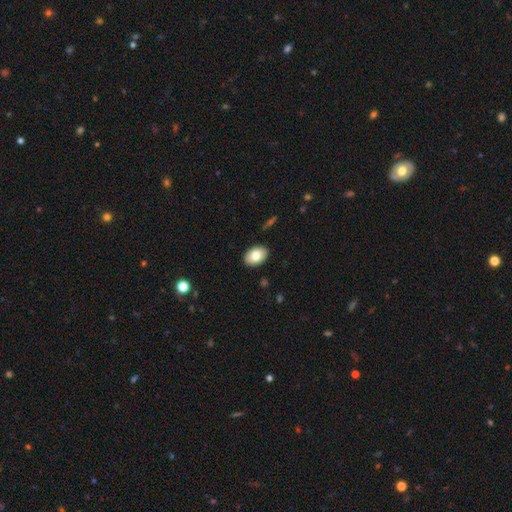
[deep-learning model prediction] Smooth or featured? smooth (81%)
How rounded? in between (86%)
Merging? none (90%)